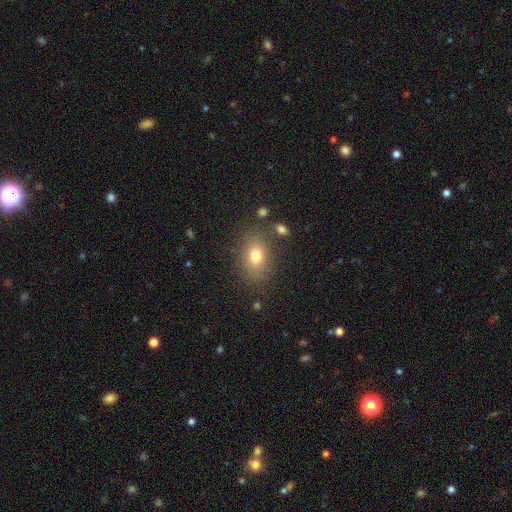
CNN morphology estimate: smooth-or-featured: smooth: 70% | star or artifact: 19% | featured or disk: 12%
  how-rounded: in between: 72% | round: 26% | cigar-shaped: 2%
  merging: none: 83% | minor disturbance: 9% | merger: 5% | major disturbance: 3%